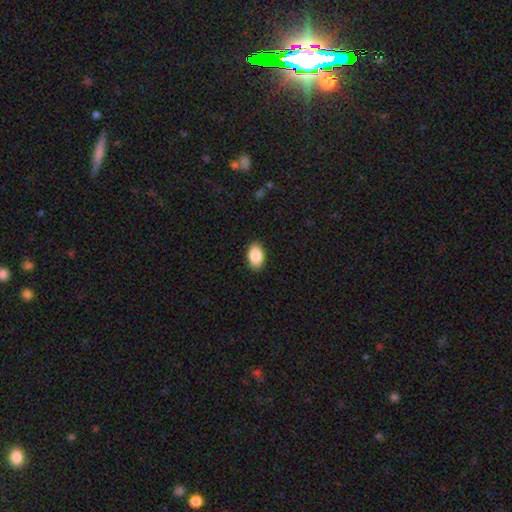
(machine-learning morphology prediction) Q: Smooth or featured?
A: smooth (87%); runner-up: star or artifact (7%)
Q: How rounded?
A: in between (92%); runner-up: round (7%)
Q: Merging?
A: none (90%); runner-up: minor disturbance (8%)